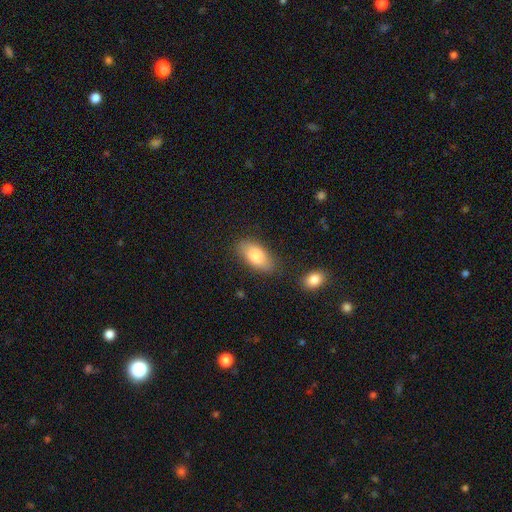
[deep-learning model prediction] This appears to be a smooth galaxy with no disk features (80%) that is in between round and cigar-shaped (89%). Merging: none (79%).